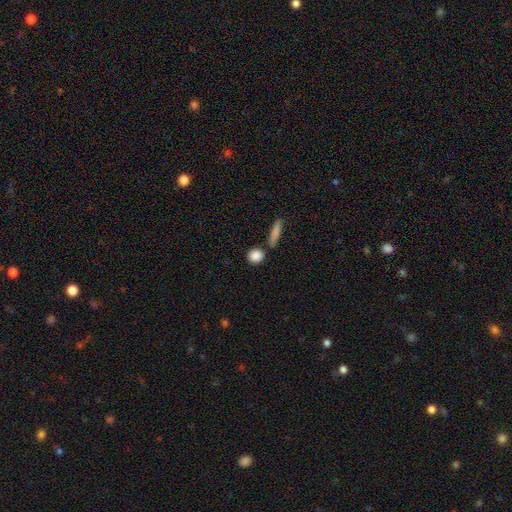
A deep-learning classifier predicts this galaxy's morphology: A smooth galaxy with no disk features (87%) that is round (75%). Merging: none (77%).